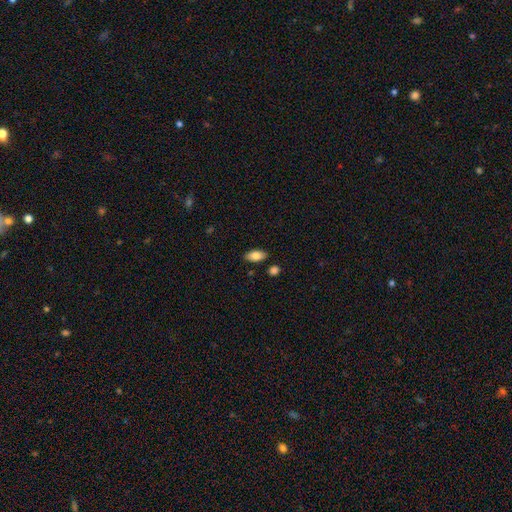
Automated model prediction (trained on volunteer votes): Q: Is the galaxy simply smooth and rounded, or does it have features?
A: smooth — 84%.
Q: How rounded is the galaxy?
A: in between — 92%.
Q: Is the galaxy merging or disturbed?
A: none — 85%.